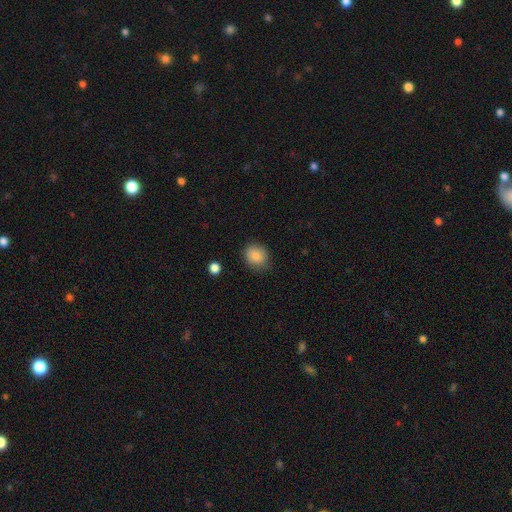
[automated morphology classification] Smooth or featured?
  - smooth: 86% *
  - star or artifact: 8%
  - featured or disk: 6%
How rounded?
  - round: 69% *
  - in between: 30%
  - cigar-shaped: 1%
Merging?
  - none: 78% *
  - minor disturbance: 17%
  - major disturbance: 4%
  - merger: 1%